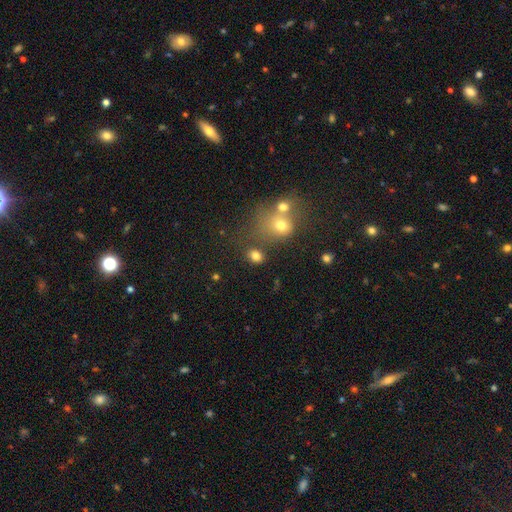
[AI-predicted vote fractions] Smooth or featured: smooth — 77% (star or artifact — 14%)
How rounded: in between — 52% (round — 47%)
Merging: none — 61% (merger — 19%)